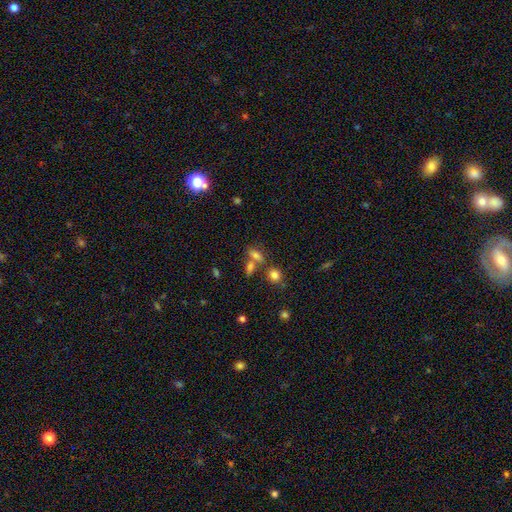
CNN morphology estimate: Q: Smooth or featured?
A: smooth (67%); runner-up: featured or disk (18%)
Q: How rounded?
A: in between (65%); runner-up: cigar-shaped (20%)
Q: Merging?
A: none (50%); runner-up: merger (32%)